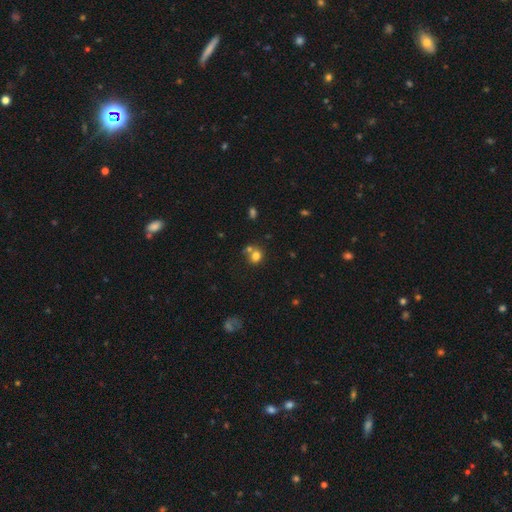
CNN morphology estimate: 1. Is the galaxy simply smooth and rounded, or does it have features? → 75% smooth, 14% star or artifact, 11% featured or disk.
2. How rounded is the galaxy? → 71% round, 28% in between, 1% cigar-shaped.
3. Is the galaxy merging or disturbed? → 49% none, 35% merger, 11% minor disturbance, 5% major disturbance.